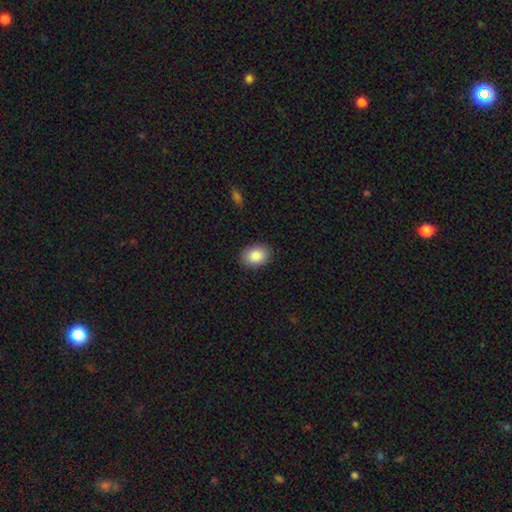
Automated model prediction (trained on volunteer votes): The model was most divided on "how rounded": in between: 74%, round: 25%, cigar-shaped: 1%. More confident: merging — none (88%); smooth or featured — smooth (87%).